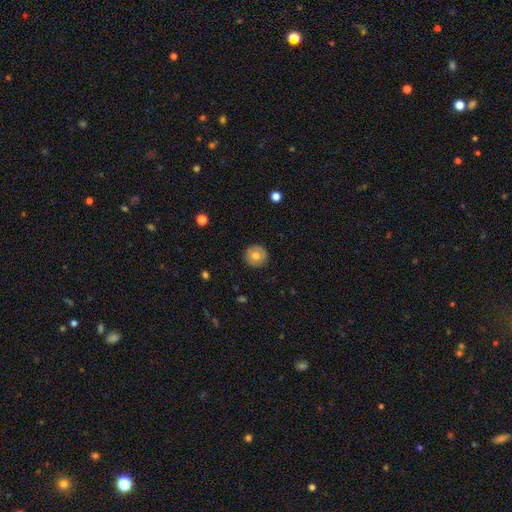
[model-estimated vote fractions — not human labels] Smooth or featured? smooth (66%)
How rounded? round (94%)
Merging? none (90%)